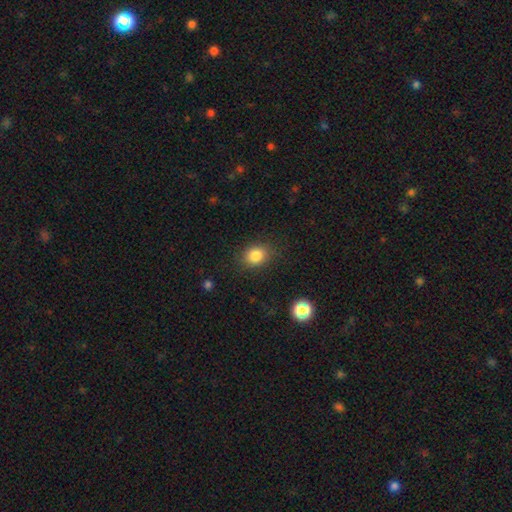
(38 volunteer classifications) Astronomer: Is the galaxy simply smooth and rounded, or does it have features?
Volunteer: smooth — 89%.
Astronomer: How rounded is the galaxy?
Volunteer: round — 56% (runner-up: in between, 44%).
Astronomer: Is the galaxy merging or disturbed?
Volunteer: none — 77%.